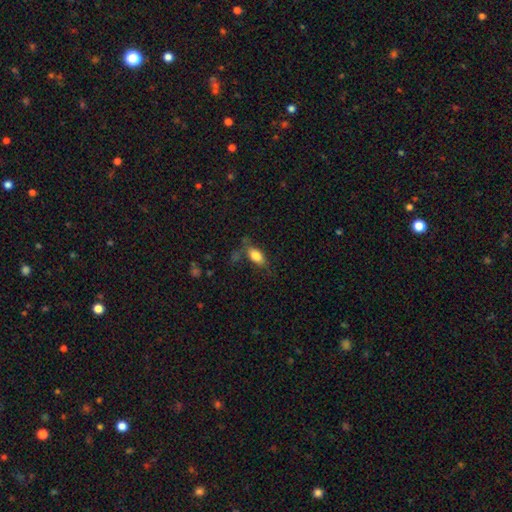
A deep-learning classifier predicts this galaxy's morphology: This appears to be a smooth galaxy with no disk features (82%) that is in between round and cigar-shaped (88%). Merging: none (64%).